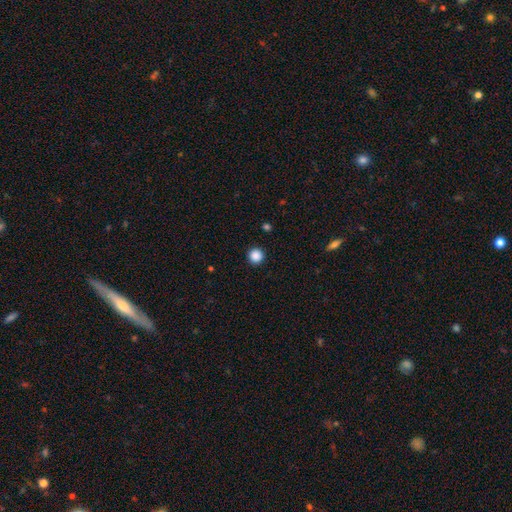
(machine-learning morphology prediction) The model was most divided on "smooth or featured": smooth: 87%, star or artifact: 11%, featured or disk: 2%. More confident: how rounded — round (96%); merging — none (93%).